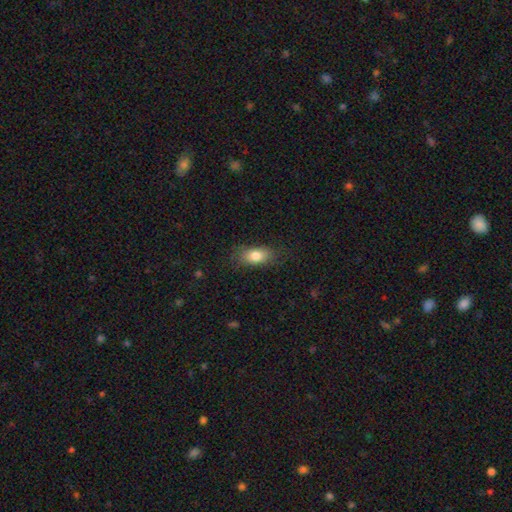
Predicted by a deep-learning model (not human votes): This is clearly a smooth galaxy (81%). How rounded: clearly in between (85%). Merging: likely none (77%).